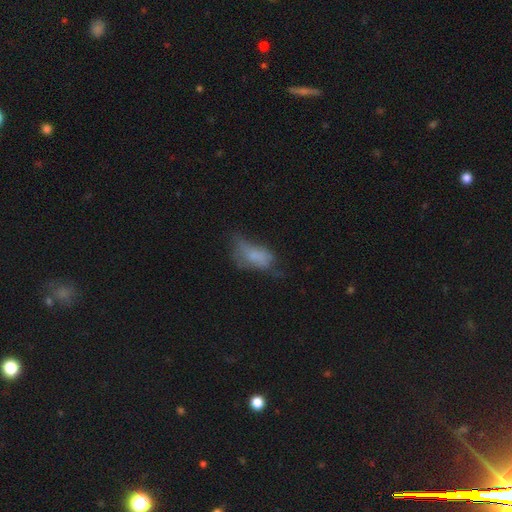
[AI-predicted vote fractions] This appears to be a smooth galaxy with no disk features (62%) that is in between round and cigar-shaped (87%). Merging: major disturbance (37%).